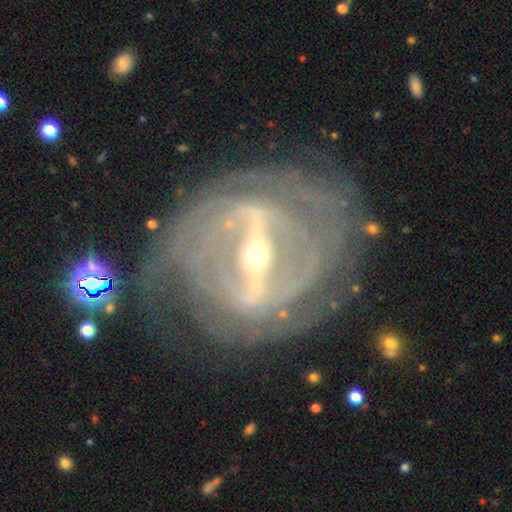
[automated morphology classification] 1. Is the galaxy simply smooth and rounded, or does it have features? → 90% featured or disk, 5% star or artifact, 5% smooth.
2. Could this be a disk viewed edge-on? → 91% no, 9% yes.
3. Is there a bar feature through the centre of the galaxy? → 81% strong, 14% weak, 5% no.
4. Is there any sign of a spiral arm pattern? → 84% yes, 16% no.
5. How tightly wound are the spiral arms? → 67% tight, 23% medium, 10% loose.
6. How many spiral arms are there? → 38% can't tell, 26% 2, 11% 3, 9% 4, 9% more than 4, 6% 1.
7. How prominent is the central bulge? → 63% small, 32% moderate, 2% large, 1% dominant, 1% none.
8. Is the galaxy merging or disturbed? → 64% none, 18% minor disturbance, 16% major disturbance, 3% merger.